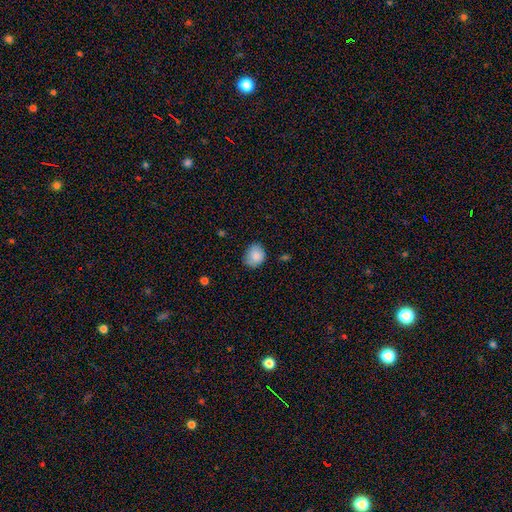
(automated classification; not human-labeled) A smooth galaxy with no disk features (86%) that is round (66%). Merging: none (71%).